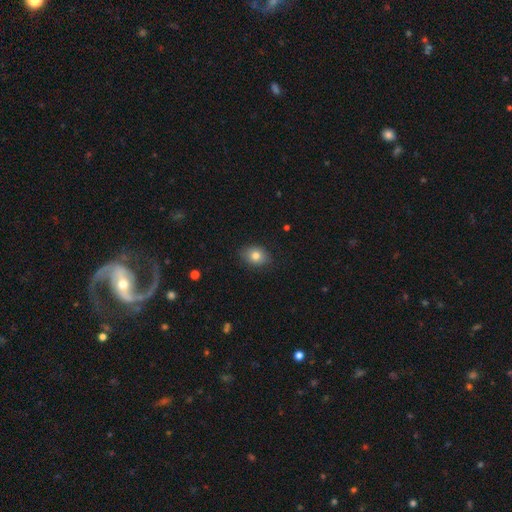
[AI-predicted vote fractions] A smooth galaxy with no disk features (80%) that is in between round and cigar-shaped (58%).

Vote fractions:
- Smooth or featured? smooth: 80% / featured or disk: 10% / star or artifact: 10%
- How rounded? in between: 58% / round: 41% / cigar-shaped: 1%
- Merging? none: 84% / minor disturbance: 12% / major disturbance: 3% / merger: 1%